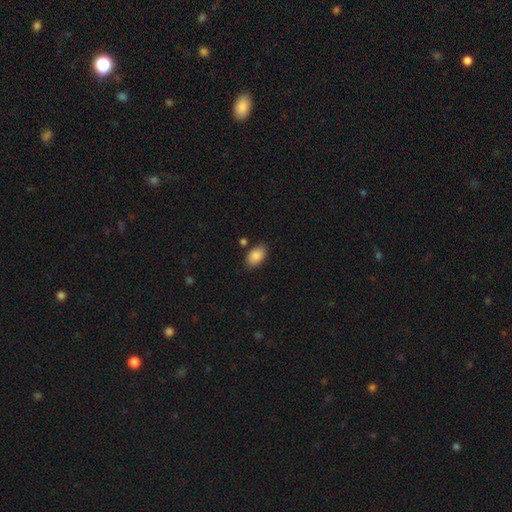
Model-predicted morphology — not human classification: Smooth or featured: smooth — 89% (star or artifact — 7%)
How rounded: in between — 92% (round — 7%)
Merging: none — 82% (minor disturbance — 12%)